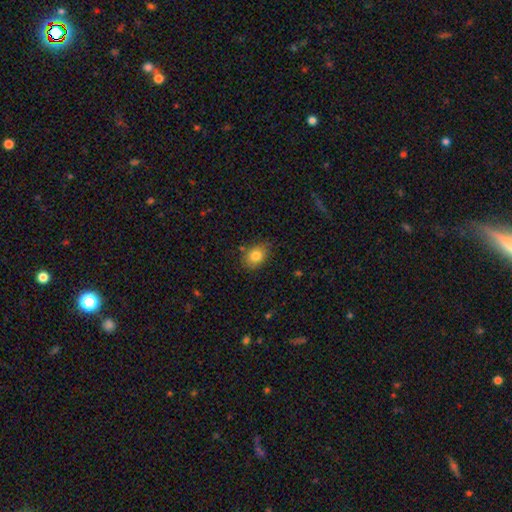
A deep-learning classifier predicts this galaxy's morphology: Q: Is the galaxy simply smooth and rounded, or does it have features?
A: smooth — 82%.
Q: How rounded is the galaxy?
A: in between — 62%.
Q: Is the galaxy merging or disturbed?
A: none — 76%.